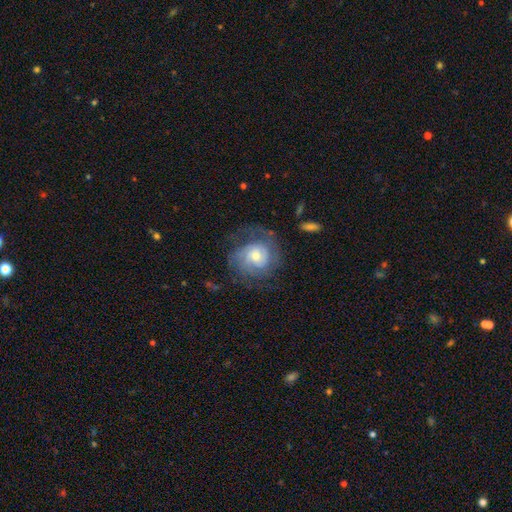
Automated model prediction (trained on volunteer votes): smooth_or_featured: featured or disk (p=0.72) [alt: smooth p=0.21]
disk_edge_on: no (p=0.98) [alt: yes p=0.02]
bar: no (p=0.66) [alt: weak p=0.30]
has_spiral_arms: yes (p=0.89) [alt: no p=0.11]
spiral_winding: tight (p=0.55) [alt: medium p=0.33]
spiral_arm_count: 2 (p=0.36) [tied with: can't tell p=0.36]
bulge_size: moderate (p=0.54) [alt: small p=0.33]
merging: none (p=0.64) [alt: minor disturbance p=0.19]